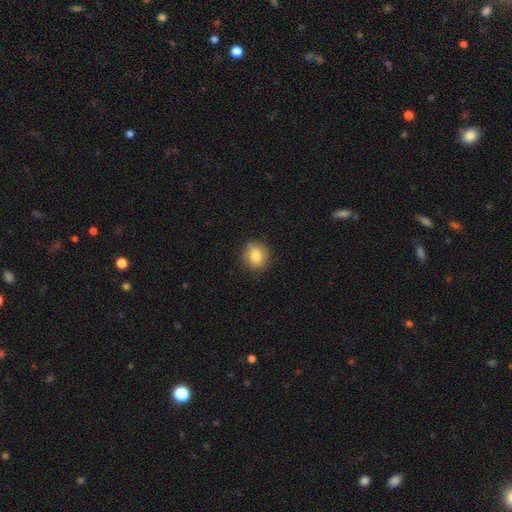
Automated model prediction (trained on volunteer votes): Smooth or featured: smooth — 82% (featured or disk — 9%)
How rounded: round — 78% (in between — 21%)
Merging: none — 81% (minor disturbance — 15%)